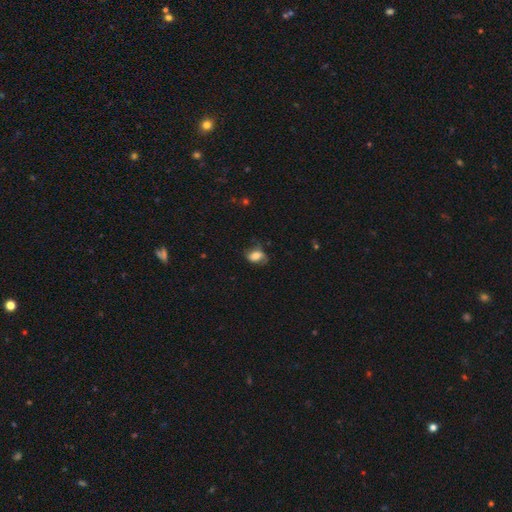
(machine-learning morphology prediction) Smooth or featured?
  - smooth: 68% *
  - featured or disk: 22%
  - star or artifact: 9%
How rounded?
  - in between: 79% *
  - round: 19%
  - cigar-shaped: 2%
Merging?
  - none: 52% *
  - minor disturbance: 31%
  - major disturbance: 15%
  - merger: 2%